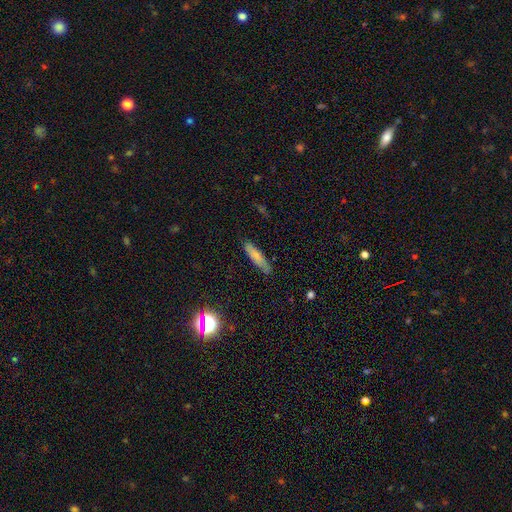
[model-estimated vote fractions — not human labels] A smooth galaxy with no disk features (74%) that is cigar-shaped (78%).

Vote fractions:
- Smooth or featured? smooth: 74% / featured or disk: 17% / star or artifact: 9%
- How rounded? cigar-shaped: 78% / in between: 20% / round: 2%
- Merging? none: 81% / minor disturbance: 15% / major disturbance: 3% / merger: 1%